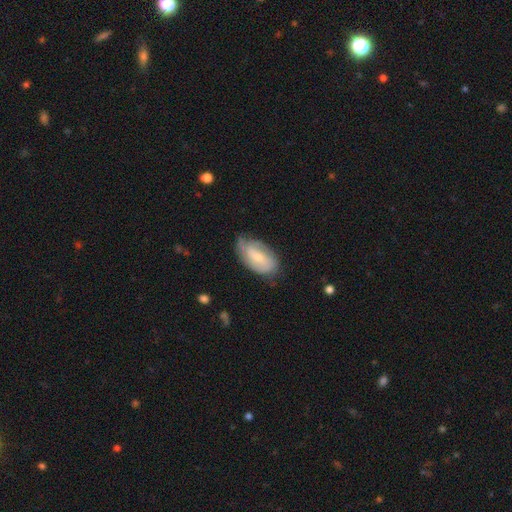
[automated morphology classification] smooth_or_featured: featured or disk (p=0.57) [alt: smooth p=0.37]
disk_edge_on: no (p=0.94) [alt: yes p=0.06]
bar: weak (p=0.49) [alt: no p=0.31]
has_spiral_arms: yes (p=0.82) [alt: no p=0.18]
bulge_size: small (p=0.54) [alt: moderate p=0.37]
merging: none (p=0.65) [alt: minor disturbance p=0.26]